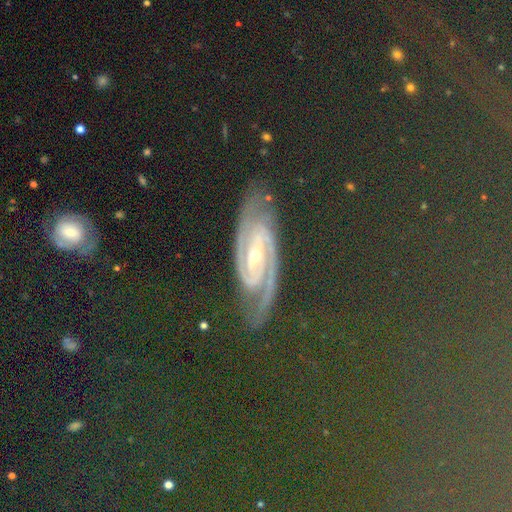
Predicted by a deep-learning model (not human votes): This appears to be a star or artifact, not a galaxy (44%).